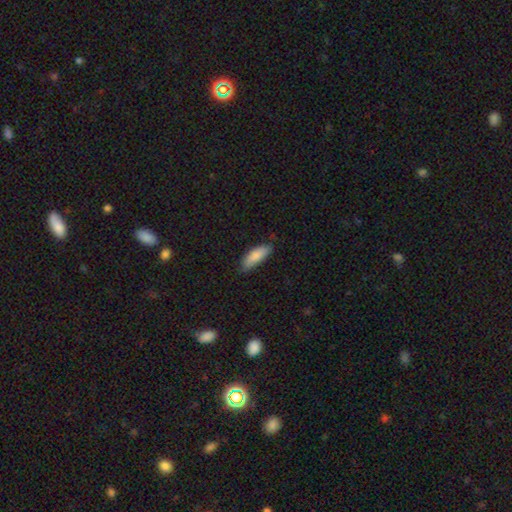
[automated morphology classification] smooth 86%, featured or disk 8%, star or artifact 6%. Down the decision tree: how rounded — in between (67%); merging — none (74%).